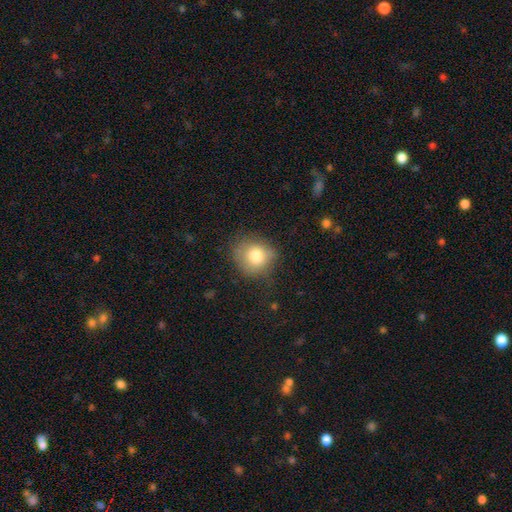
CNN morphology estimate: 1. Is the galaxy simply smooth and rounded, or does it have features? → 78% smooth, 13% featured or disk, 9% star or artifact.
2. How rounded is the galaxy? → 81% round, 18% in between, 1% cigar-shaped.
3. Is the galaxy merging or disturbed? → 70% none, 22% minor disturbance, 7% major disturbance, 2% merger.